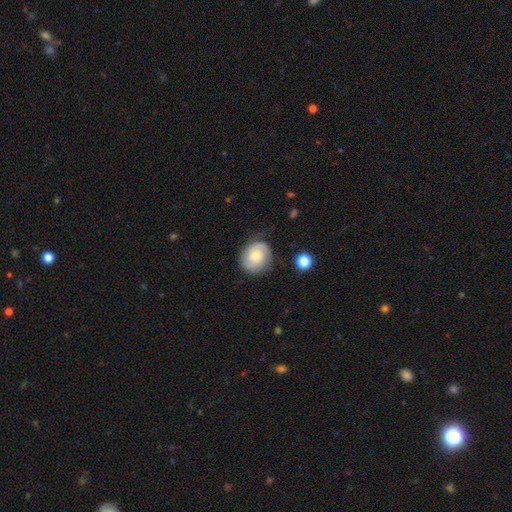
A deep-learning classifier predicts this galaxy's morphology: smooth_or_featured: featured or disk (p=0.65) [alt: smooth p=0.28]
disk_edge_on: no (p=0.98) [alt: yes p=0.02]
bar: no (p=0.70) [alt: weak p=0.26]
has_spiral_arms: yes (p=0.92) [alt: no p=0.08]
spiral_winding: tight (p=0.53) [alt: medium p=0.36]
spiral_arm_count: 2 (p=0.70) [alt: can't tell p=0.15]
bulge_size: moderate (p=0.54) [alt: small p=0.38]
merging: none (p=0.76) [alt: minor disturbance p=0.17]